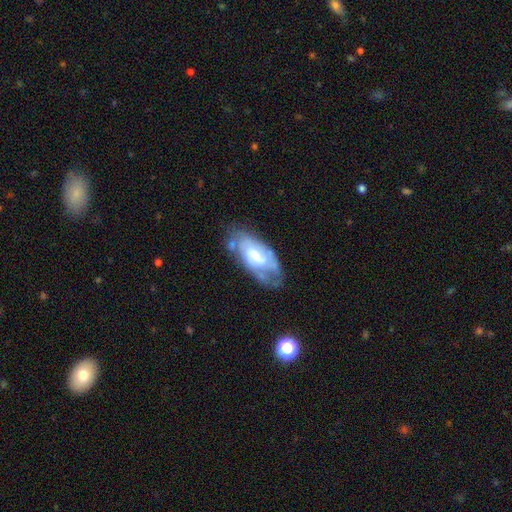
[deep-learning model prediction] Smooth or featured? featured or disk (57%)
Edge-on disk? no (90%)
Bar? no (57%)
Spiral arms? yes (65%)
Bulge size? moderate (44%)
Merging? none (52%)